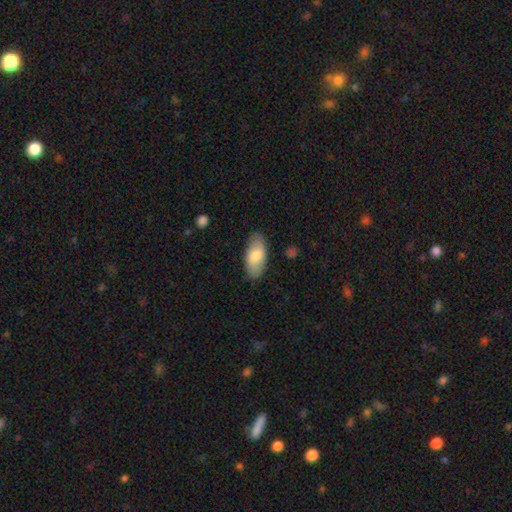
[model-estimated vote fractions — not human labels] smooth_or_featured: smooth (p=0.76) [alt: featured or disk p=0.18]
how_rounded: in between (p=0.91) [alt: cigar-shaped p=0.07]
merging: none (p=0.84) [alt: minor disturbance p=0.13]